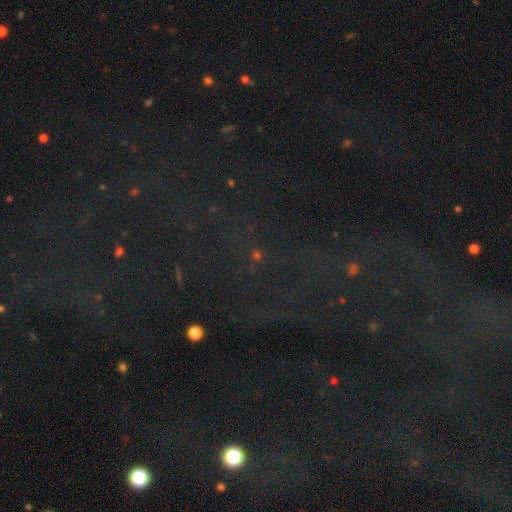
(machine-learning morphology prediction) smooth_or_featured: star or artifact (p=0.72) [alt: smooth p=0.18]